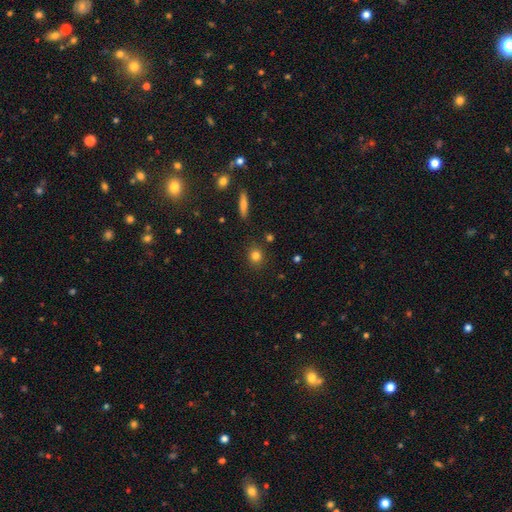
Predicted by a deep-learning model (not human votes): A smooth galaxy with no disk features (81%) that is round (78%).

Vote fractions:
- Smooth or featured? smooth: 81% / star or artifact: 12% / featured or disk: 8%
- How rounded? round: 78% / in between: 20% / cigar-shaped: 2%
- Merging? none: 85% / minor disturbance: 9% / merger: 3% / major disturbance: 3%